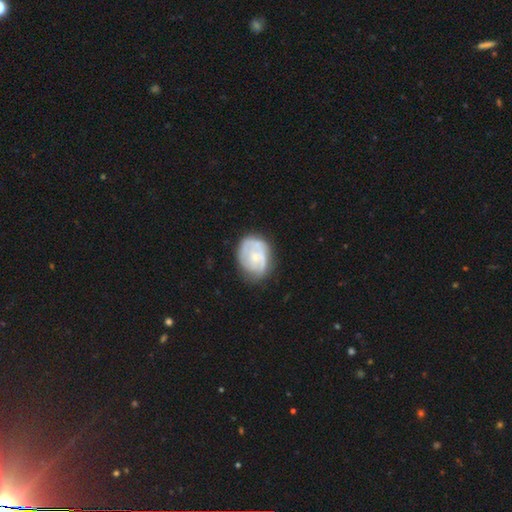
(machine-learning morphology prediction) type=featured or disk (66%); edge-on=no (98%); bar=no (72%); spiral arms=yes (75%); bulge=small (53%); merging=none (59%).